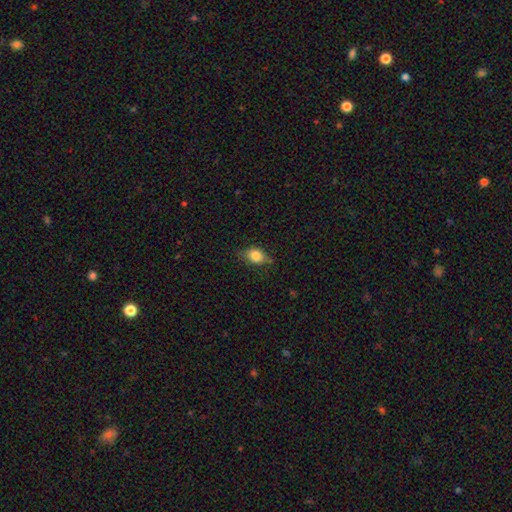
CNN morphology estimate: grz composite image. It shows a smooth galaxy with no disk features (78%) that is in between round and cigar-shaped (71%). Merging: none (65%).